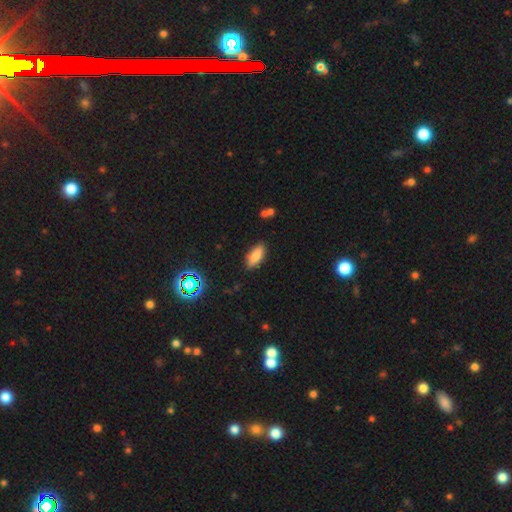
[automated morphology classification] A smooth galaxy with no disk features (82%) that is in between round and cigar-shaped (82%). Merging: none (85%).